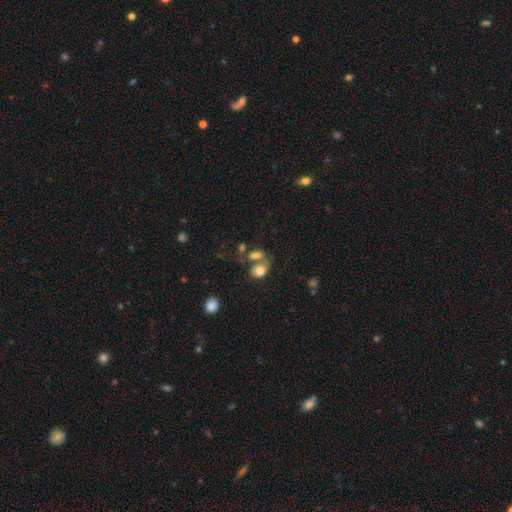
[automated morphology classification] This is marginally a star or artifact rather than a galaxy (42%).